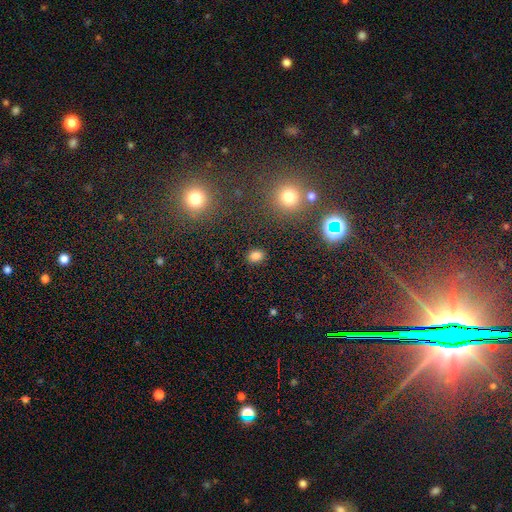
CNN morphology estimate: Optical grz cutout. It shows a smooth galaxy with no disk features (80%) that is in between round and cigar-shaped (66%). Merging: none (87%).